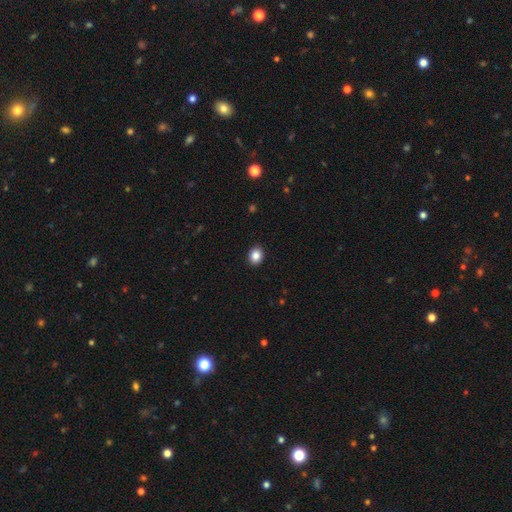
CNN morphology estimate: A smooth galaxy with no disk features (85%) that is round (53%). Merging: none (92%).